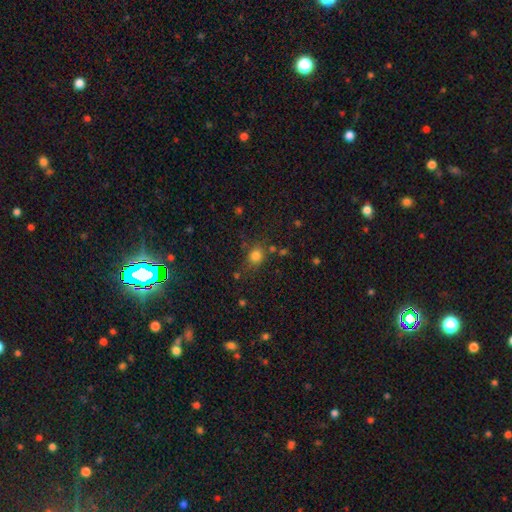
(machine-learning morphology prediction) smooth_or_featured: smooth (p=0.79) [alt: star or artifact p=0.14]
how_rounded: round (p=0.66) [alt: in between p=0.33]
merging: none (p=0.72) [alt: minor disturbance p=0.16]